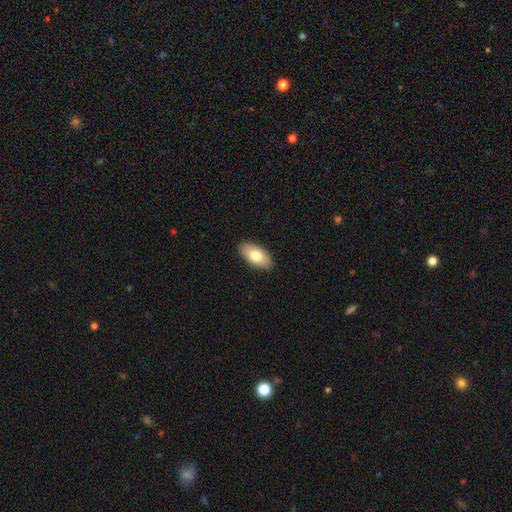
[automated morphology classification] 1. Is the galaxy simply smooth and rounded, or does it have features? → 77% smooth, 17% featured or disk, 6% star or artifact.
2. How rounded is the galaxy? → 93% in between, 4% cigar-shaped, 3% round.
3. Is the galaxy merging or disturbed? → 89% none, 8% minor disturbance, 2% major disturbance, 1% merger.